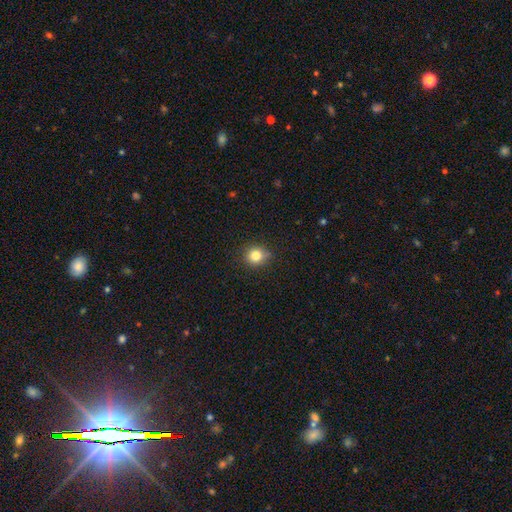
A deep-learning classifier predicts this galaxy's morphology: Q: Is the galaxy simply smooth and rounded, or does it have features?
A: smooth — 83%.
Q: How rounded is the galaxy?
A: round — 86%.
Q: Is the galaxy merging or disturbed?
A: none — 86%.